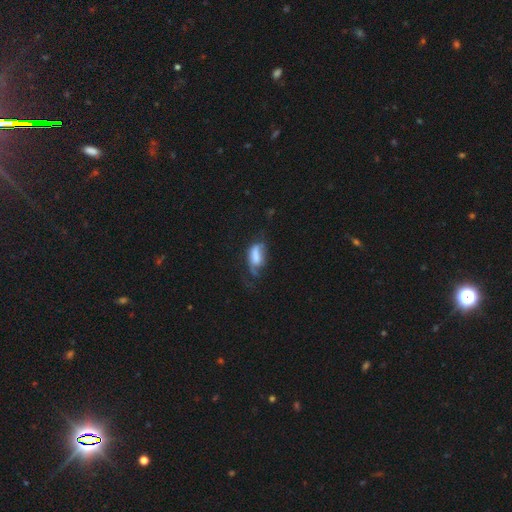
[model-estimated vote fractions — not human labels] Smooth or featured?
  - smooth: 60% *
  - featured or disk: 31%
  - star or artifact: 9%
How rounded?
  - in between: 85% *
  - cigar-shaped: 10%
  - round: 4%
Merging?
  - major disturbance: 40% *
  - minor disturbance: 28%
  - none: 28%
  - merger: 4%